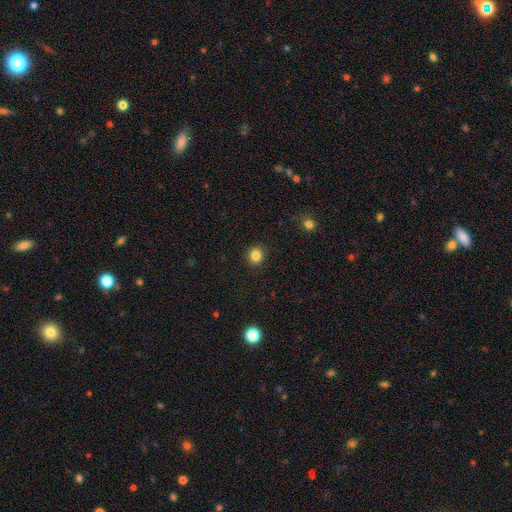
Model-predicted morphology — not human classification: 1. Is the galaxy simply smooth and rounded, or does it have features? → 84% smooth, 11% star or artifact, 5% featured or disk.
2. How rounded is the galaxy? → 89% round, 10% in between, 1% cigar-shaped.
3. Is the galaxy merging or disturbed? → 91% none, 6% minor disturbance, 2% major disturbance, 1% merger.